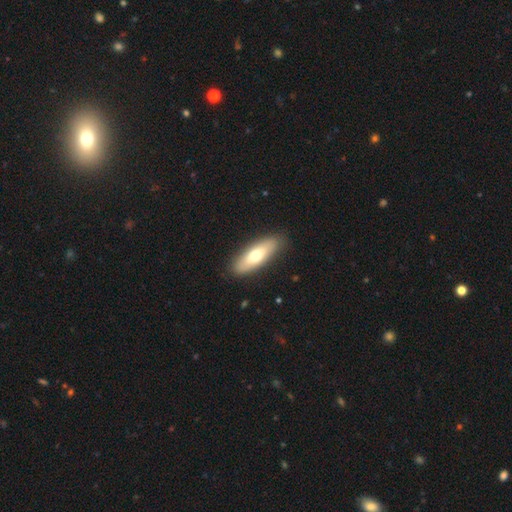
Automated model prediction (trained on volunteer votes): smooth 65%, featured or disk 30%, star or artifact 6%. Down the decision tree: how rounded — in between (60%); merging — none (88%).